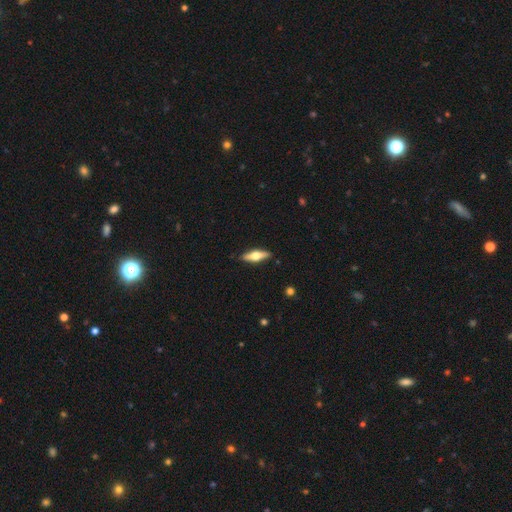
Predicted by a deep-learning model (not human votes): Smooth or featured: featured or disk — 54% (smooth — 40%)
Edge-on disk: yes — 93% (no — 7%)
Edge-on bulge: rounded — 94% (boxy — 4%)
Merging: none — 88% (minor disturbance — 9%)